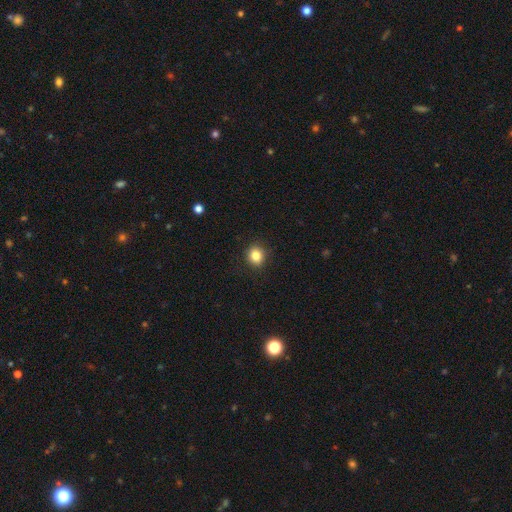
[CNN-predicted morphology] This is clearly a smooth galaxy (84%). How rounded: likely round (77%). Merging: clearly none (90%).